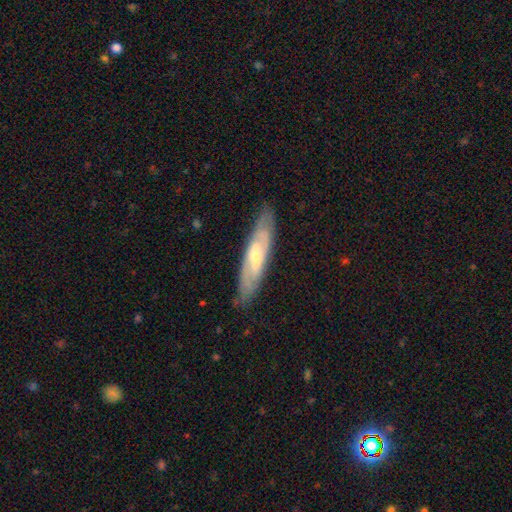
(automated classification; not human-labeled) Smooth or featured?
  - featured or disk: 66% *
  - smooth: 28%
  - star or artifact: 6%
Edge-on disk?
  - no: 64% *
  - yes: 36%
Merging?
  - none: 82% *
  - minor disturbance: 14%
  - major disturbance: 3%
  - merger: 1%